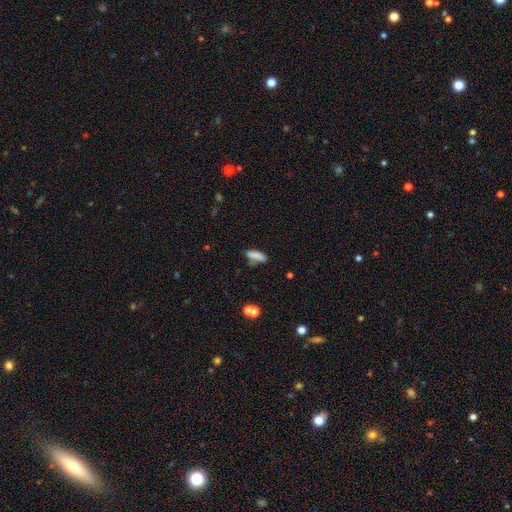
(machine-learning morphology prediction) This appears to be a smooth galaxy with no disk features (82%) that is in between round and cigar-shaped (53%). Merging: none (64%).